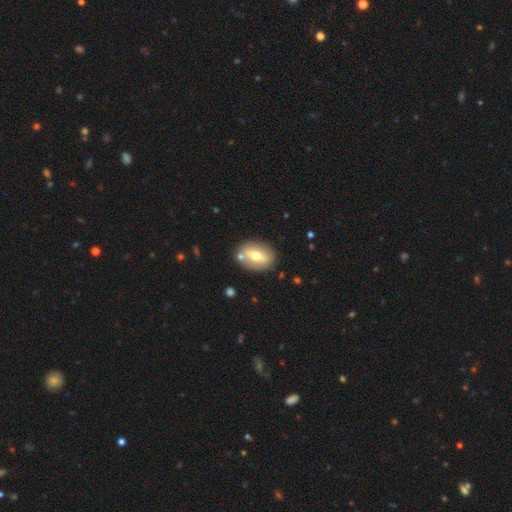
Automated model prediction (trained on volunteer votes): smooth-or-featured: smooth: 55% | featured or disk: 37% | star or artifact: 7%
  how-rounded: in between: 76% | round: 21% | cigar-shaped: 3%
  merging: none: 80% | minor disturbance: 11% | merger: 7% | major disturbance: 3%